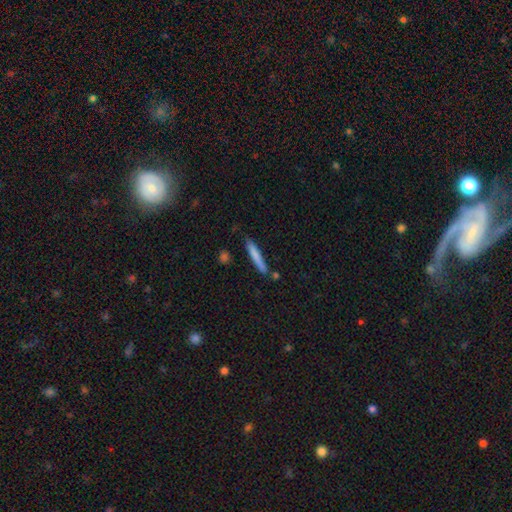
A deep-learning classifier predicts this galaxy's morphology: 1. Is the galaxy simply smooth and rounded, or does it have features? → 74% smooth, 20% featured or disk, 6% star or artifact.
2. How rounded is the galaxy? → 95% cigar-shaped, 4% in between, 1% round.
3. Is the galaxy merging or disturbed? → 80% none, 13% minor disturbance, 5% merger, 2% major disturbance.